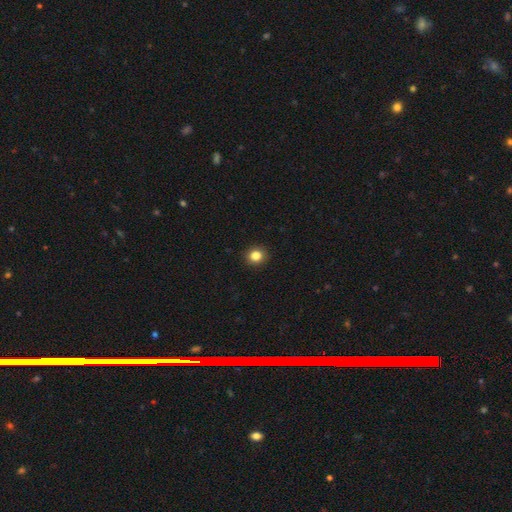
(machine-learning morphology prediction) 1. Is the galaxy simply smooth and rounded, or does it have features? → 84% smooth, 11% star or artifact, 5% featured or disk.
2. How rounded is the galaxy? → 84% round, 15% in between, 1% cigar-shaped.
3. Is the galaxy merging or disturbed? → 92% none, 5% minor disturbance, 2% major disturbance, 1% merger.